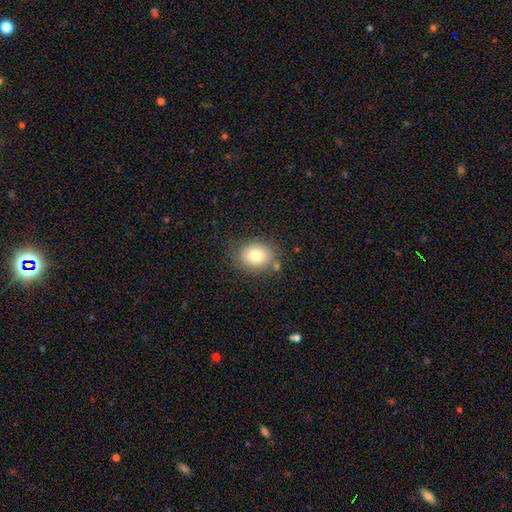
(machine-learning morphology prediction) This appears to be a smooth galaxy with no disk features (81%) that is round (56%). Merging: none (78%).